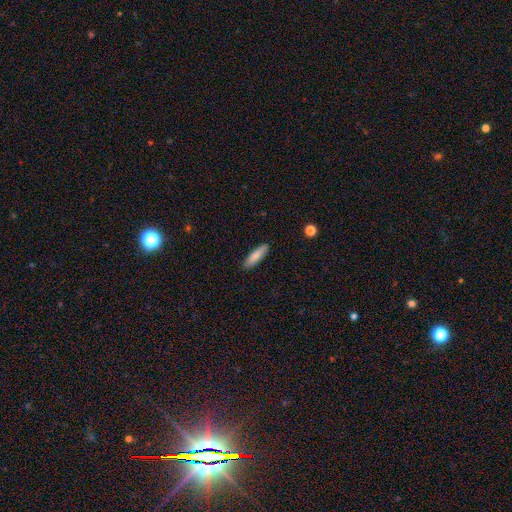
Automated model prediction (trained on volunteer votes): Smooth or featured? Predicted: smooth (p=0.82). How rounded? Predicted: cigar-shaped (p=0.68). Merging? Predicted: none (p=0.89).